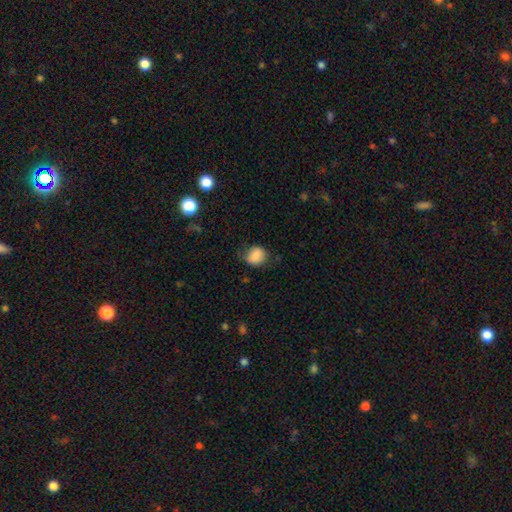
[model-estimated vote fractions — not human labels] This appears to be a smooth galaxy with no disk features (84%) that is round (60%). Merging: none (68%).